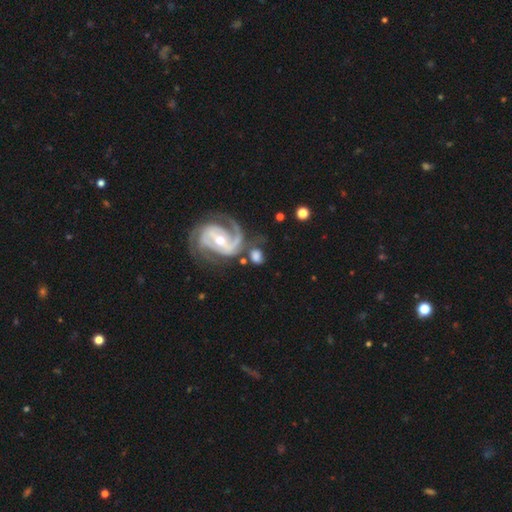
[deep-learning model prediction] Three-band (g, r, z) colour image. It shows a featured or disk galaxy (59%) with a weak bar (38%), 2 (66%) medium (47%) spiral arms (89%) and a moderate central bulge (59%). Merging: none (51%).